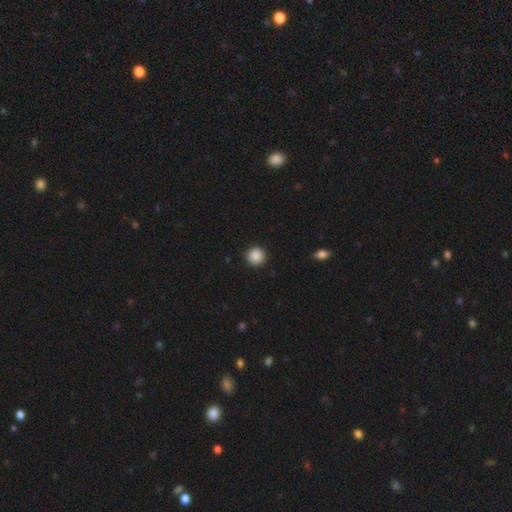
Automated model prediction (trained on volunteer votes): Smooth or featured: smooth — 88% (star or artifact — 9%)
How rounded: round — 95% (in between — 4%)
Merging: none — 92% (minor disturbance — 5%)